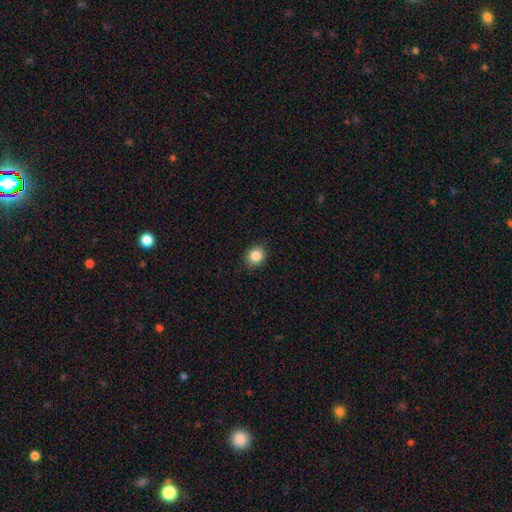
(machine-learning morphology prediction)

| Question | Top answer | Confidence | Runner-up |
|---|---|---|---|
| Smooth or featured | smooth | 86% | star or artifact (9%) |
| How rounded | round | 65% | in between (34%) |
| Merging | none | 88% | minor disturbance (9%) |